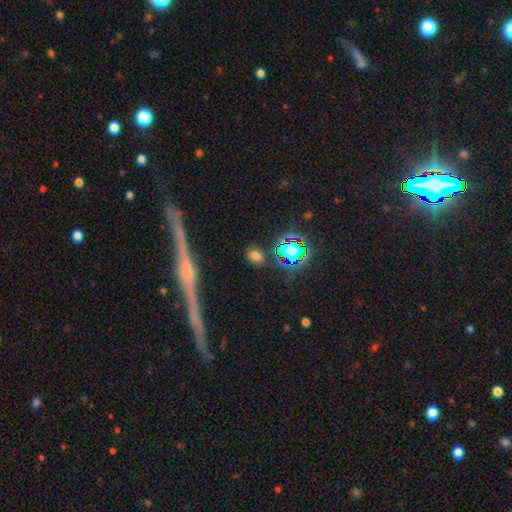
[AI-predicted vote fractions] Smooth or featured? Predicted: smooth (p=0.67). How rounded? Predicted: in between (p=0.62). Merging? Predicted: none (p=0.81).